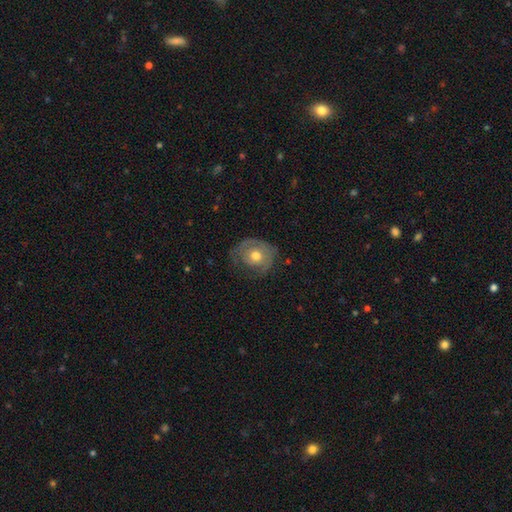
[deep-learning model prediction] smooth_or_featured: featured or disk (p=0.48) [alt: smooth p=0.45]
merging: none (p=0.55) [alt: minor disturbance p=0.27]